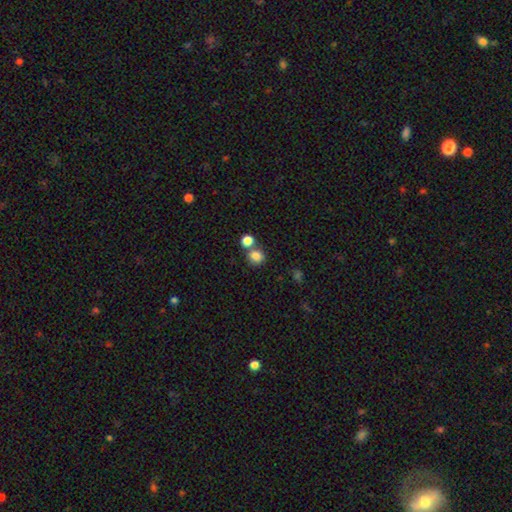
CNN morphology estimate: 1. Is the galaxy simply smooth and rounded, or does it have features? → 83% smooth, 11% star or artifact, 6% featured or disk.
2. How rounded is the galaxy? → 77% round, 22% in between, 1% cigar-shaped.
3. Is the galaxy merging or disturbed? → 56% none, 32% merger, 9% minor disturbance, 4% major disturbance.